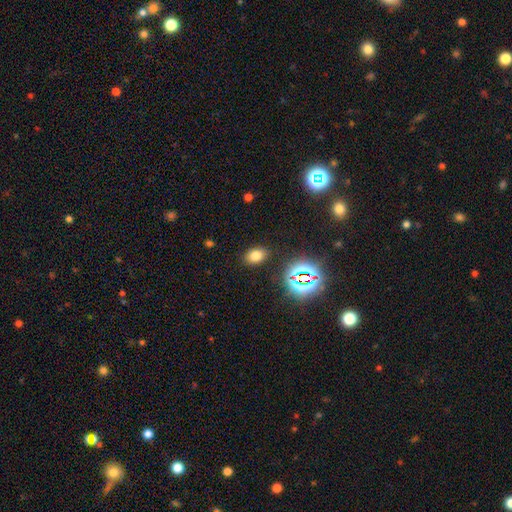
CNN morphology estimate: This appears to be a smooth galaxy with no disk features (71%) that is in between round and cigar-shaped (79%). Merging: none (86%).